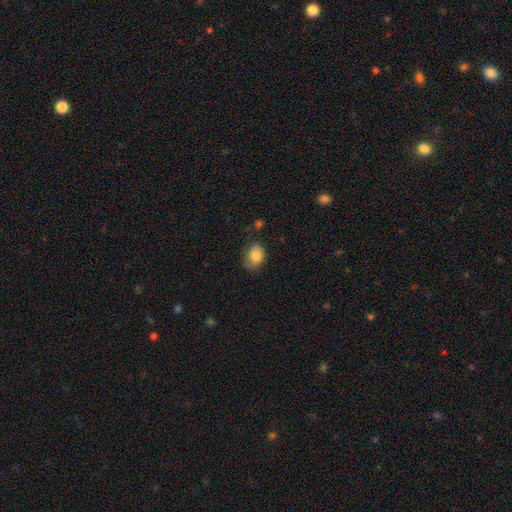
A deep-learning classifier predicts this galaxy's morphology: A smooth galaxy with no disk features (81%) that is in between round and cigar-shaped (70%). Merging: none (62%).